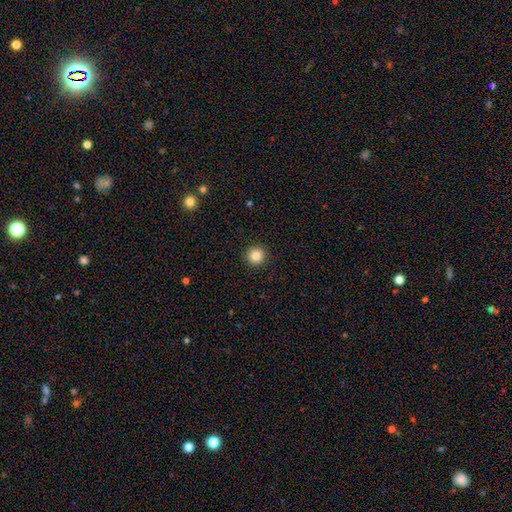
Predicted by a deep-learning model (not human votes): A smooth galaxy with no disk features (85%) that is round (95%).

Vote fractions:
- Smooth or featured? smooth: 85% / star or artifact: 11% / featured or disk: 4%
- How rounded? round: 95% / in between: 4% / cigar-shaped: 1%
- Merging? none: 93% / minor disturbance: 5% / major disturbance: 2% / merger: 1%